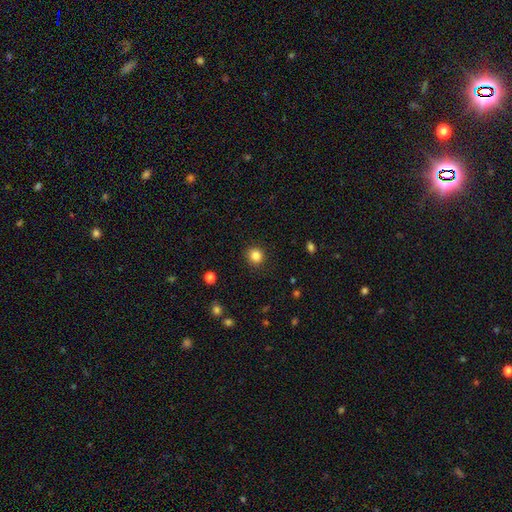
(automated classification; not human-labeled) smooth 85%, star or artifact 11%, featured or disk 4%. Down the decision tree: how rounded — round (89%); merging — none (90%).